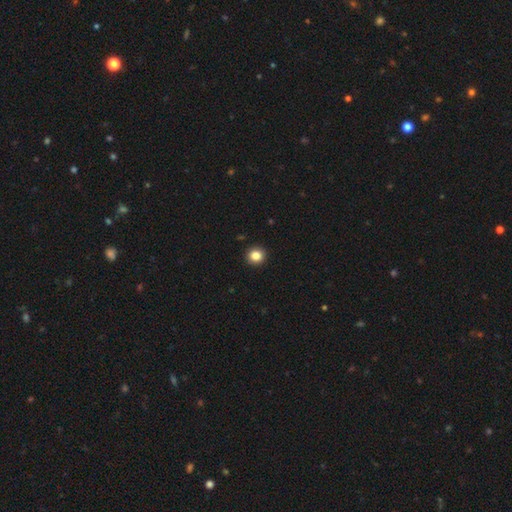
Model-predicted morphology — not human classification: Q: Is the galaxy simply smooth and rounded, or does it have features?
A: smooth — 85%.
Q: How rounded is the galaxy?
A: round — 91%.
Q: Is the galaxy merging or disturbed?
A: none — 93%.